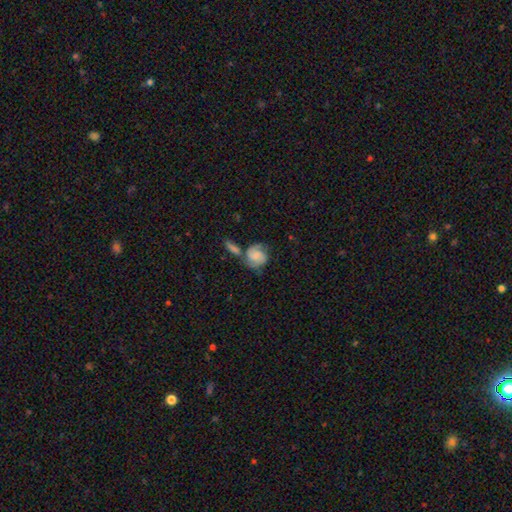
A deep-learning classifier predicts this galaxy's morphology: The model was most divided on "spiral winding": medium: 43%, tight: 42%, loose: 14%. Remaining: edge-on disk — no (97%); spiral arms — yes (94%); spiral arm count — 2 (82%); smooth or featured — featured or disk (69%); bar — no (63%); bulge size — small (51%); merging — none (48%).